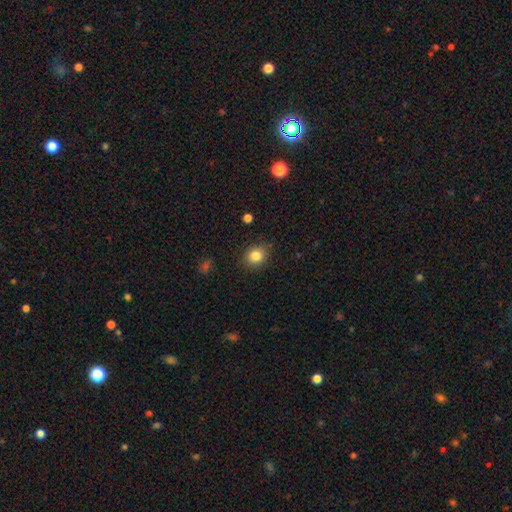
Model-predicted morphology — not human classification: Overall: smooth (84%). How rounded: round (65%; in between 34%). Merging: none (86%).